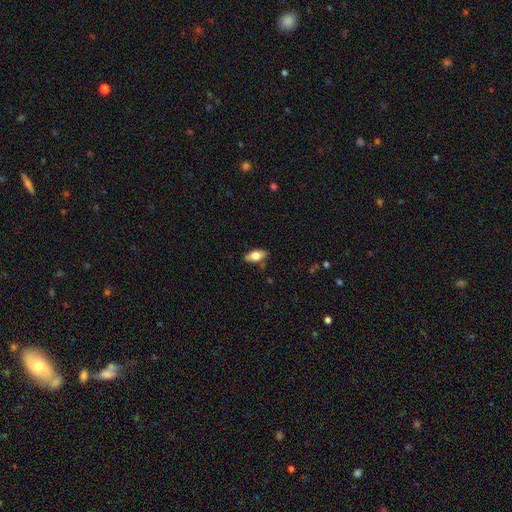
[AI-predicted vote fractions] Smooth or featured? Predicted: smooth (p=0.69). How rounded? Predicted: in between (p=0.85). Merging? Predicted: none (p=0.78).